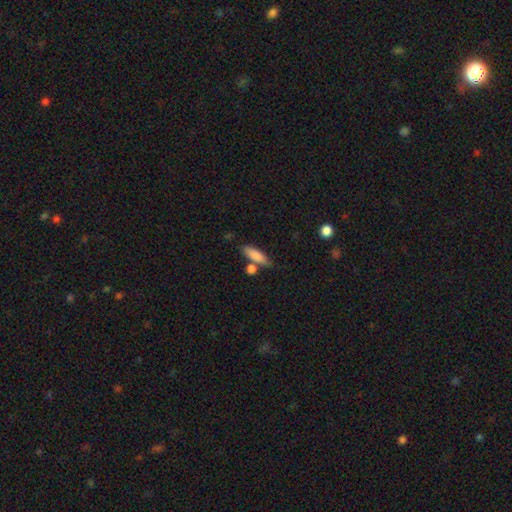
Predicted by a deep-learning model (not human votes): A smooth galaxy with no disk features (83%) that is in between round and cigar-shaped (50%). Merging: none (65%).